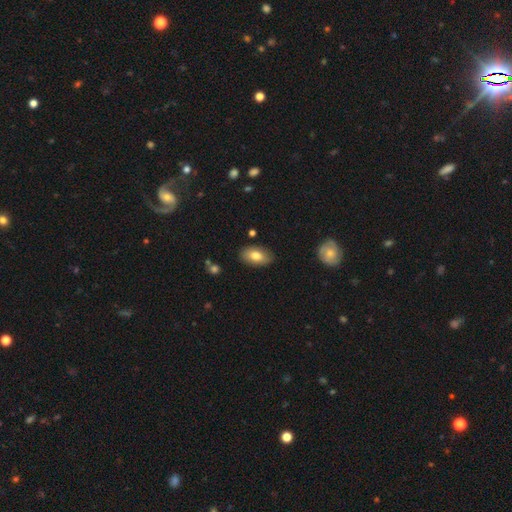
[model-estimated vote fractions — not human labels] A smooth galaxy with no disk features (79%) that is in between round and cigar-shaped (93%).

Vote fractions:
- Smooth or featured? smooth: 79% / featured or disk: 14% / star or artifact: 7%
- How rounded? in between: 93% / round: 4% / cigar-shaped: 2%
- Merging? none: 85% / minor disturbance: 11% / major disturbance: 2% / merger: 1%